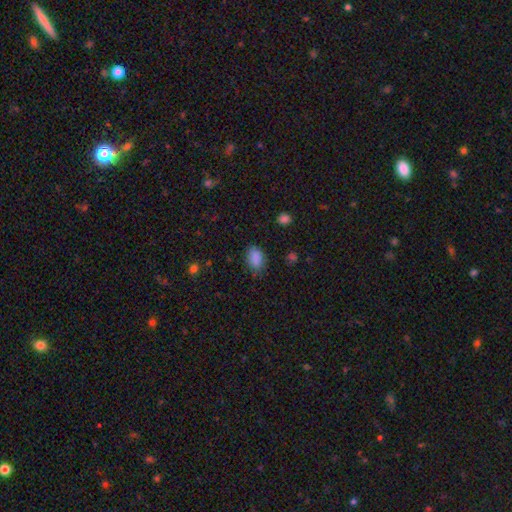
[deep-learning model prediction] The model was most divided on "merging": none: 78%, minor disturbance: 17%, major disturbance: 4%, merger: 1%. More confident: smooth or featured — smooth (86%); how rounded — in between (85%).